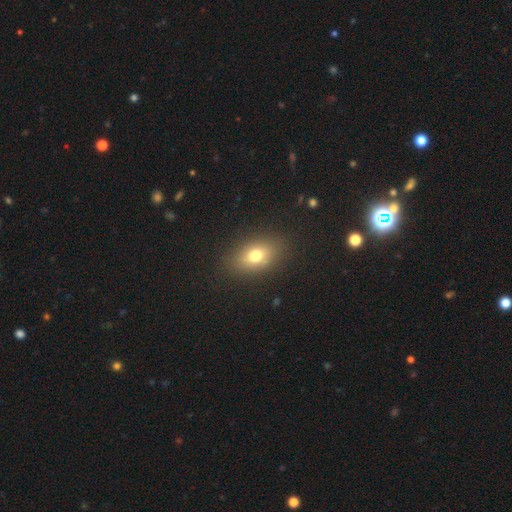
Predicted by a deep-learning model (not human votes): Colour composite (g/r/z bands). It shows a smooth galaxy with no disk features (74%) that is in between round and cigar-shaped (78%). Merging: none (85%).